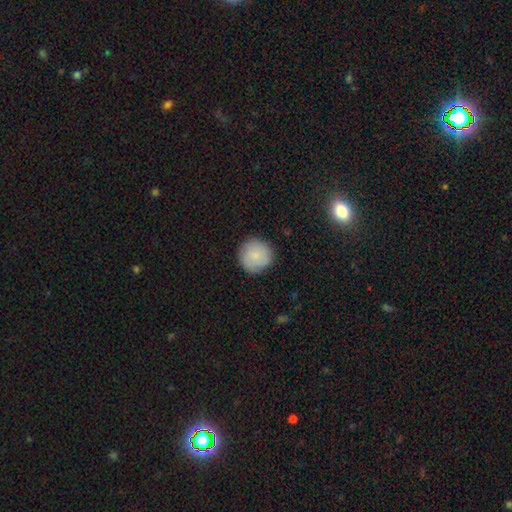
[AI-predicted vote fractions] Smooth or featured?
  - smooth: 83% *
  - featured or disk: 10%
  - star or artifact: 7%
How rounded?
  - round: 95% *
  - in between: 4%
  - cigar-shaped: 1%
Merging?
  - none: 87% *
  - minor disturbance: 10%
  - major disturbance: 2%
  - merger: 1%